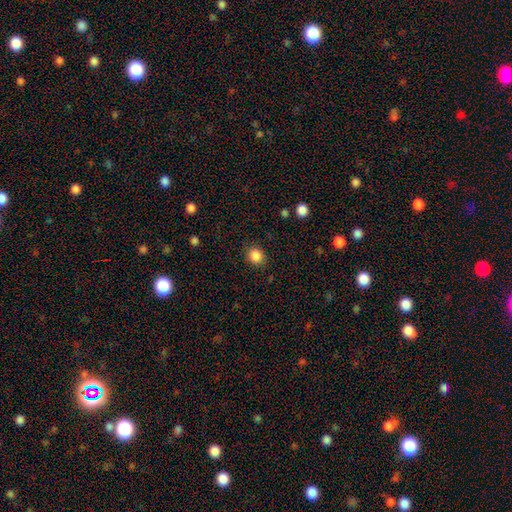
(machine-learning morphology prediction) This is clearly a smooth galaxy (86%). How rounded: clearly round (80%). Merging: clearly none (88%).